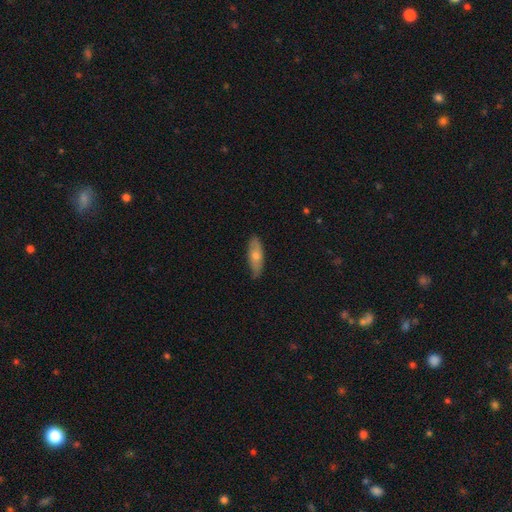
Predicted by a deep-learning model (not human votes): Smooth or featured: smooth — 67% (featured or disk — 27%)
How rounded: in between — 61% (cigar-shaped — 37%)
Merging: none — 77% (minor disturbance — 19%)